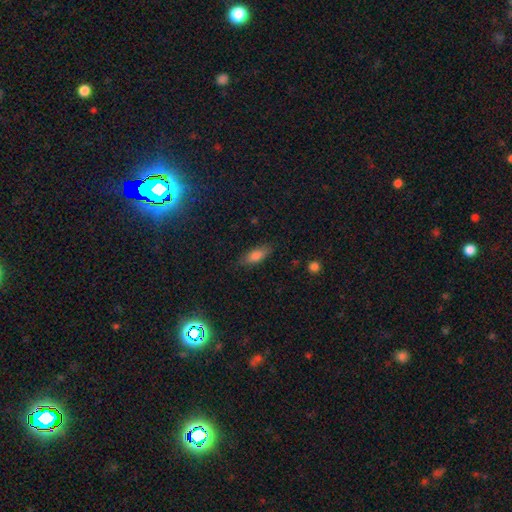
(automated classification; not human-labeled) A smooth galaxy with no disk features (78%) that is in between round and cigar-shaped (71%).

Vote fractions:
- Smooth or featured? smooth: 78% / featured or disk: 14% / star or artifact: 8%
- How rounded? in between: 71% / cigar-shaped: 26% / round: 3%
- Merging? none: 81% / minor disturbance: 14% / major disturbance: 3% / merger: 1%